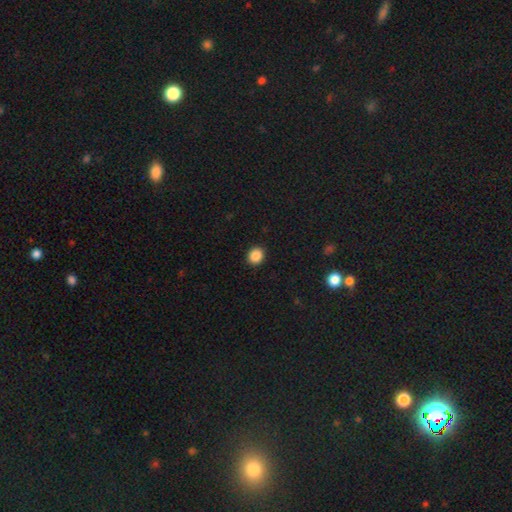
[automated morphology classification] This is clearly a smooth galaxy (88%). How rounded: likely round (74%). Merging: clearly none (92%).